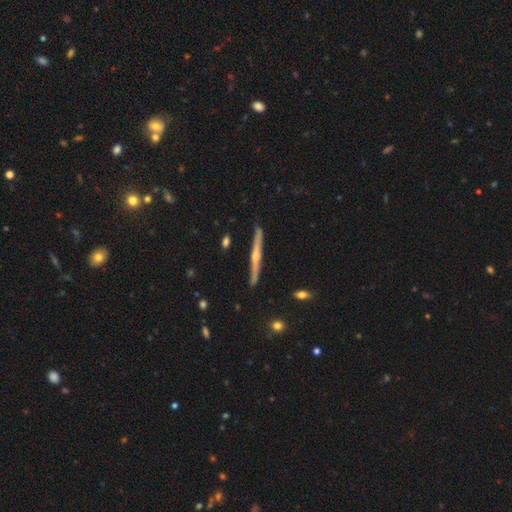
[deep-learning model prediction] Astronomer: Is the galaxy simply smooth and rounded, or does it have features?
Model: featured or disk — 76%.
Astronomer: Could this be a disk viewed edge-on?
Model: yes — 98%.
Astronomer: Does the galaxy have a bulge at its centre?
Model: rounded — 79%.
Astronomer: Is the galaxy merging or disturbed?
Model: none — 90%.